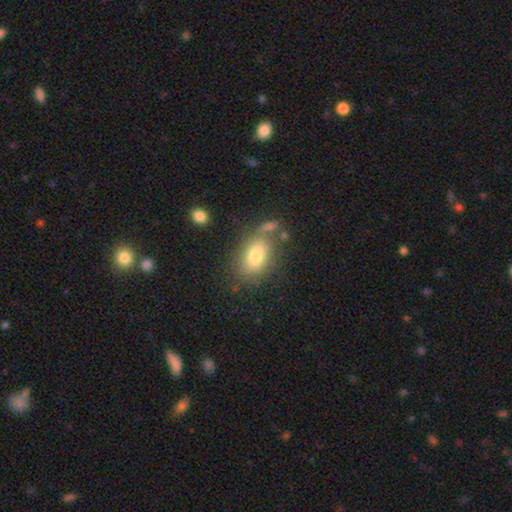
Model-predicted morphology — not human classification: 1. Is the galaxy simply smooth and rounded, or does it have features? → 78% smooth, 13% featured or disk, 9% star or artifact.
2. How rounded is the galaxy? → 84% in between, 14% round, 2% cigar-shaped.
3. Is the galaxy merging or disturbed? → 66% none, 16% minor disturbance, 11% merger, 7% major disturbance.